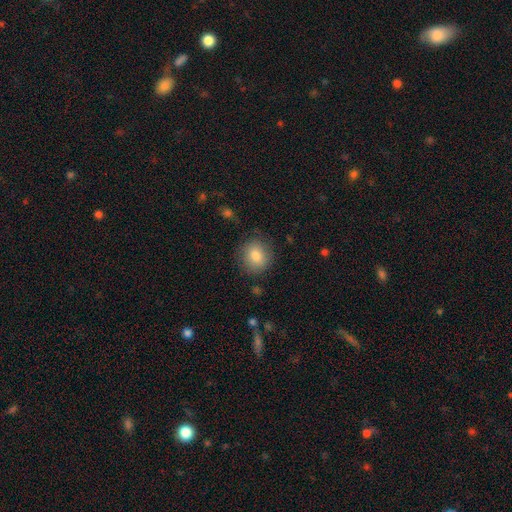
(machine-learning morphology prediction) type=smooth (82%); roundness=round (81%); merging=none (83%).